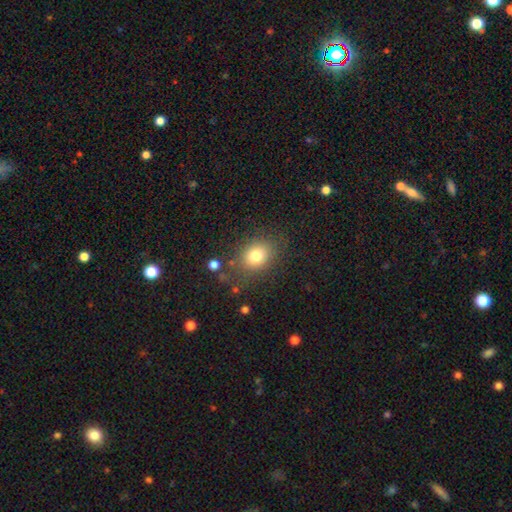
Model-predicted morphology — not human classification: smooth-or-featured: smooth: 78% | star or artifact: 12% | featured or disk: 10%
  how-rounded: round: 50% | in between: 49% | cigar-shaped: 1%
  merging: none: 78% | minor disturbance: 13% | major disturbance: 6% | merger: 3%